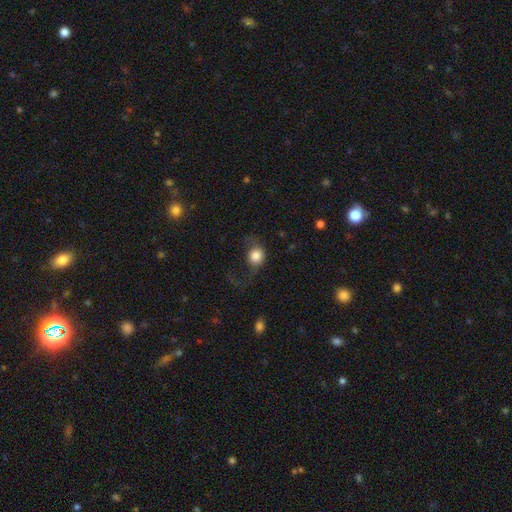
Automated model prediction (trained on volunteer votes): smooth-or-featured: smooth: 79% | featured or disk: 12% | star or artifact: 8%
  how-rounded: round: 73% | in between: 26% | cigar-shaped: 1%
  merging: major disturbance: 41% | none: 35% | minor disturbance: 21% | merger: 3%